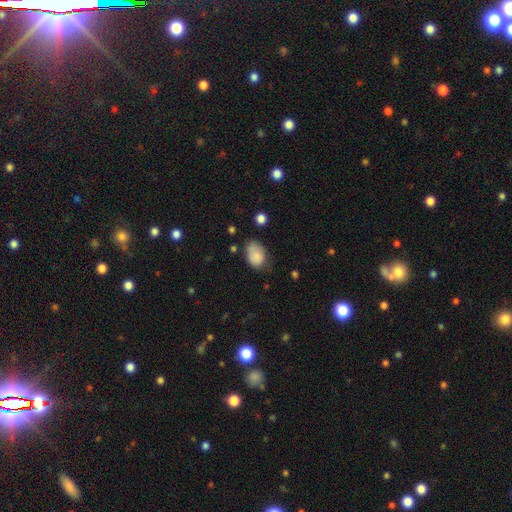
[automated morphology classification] This is clearly a smooth galaxy (83%). How rounded: clearly in between (81%). Merging: possibly none (52%).